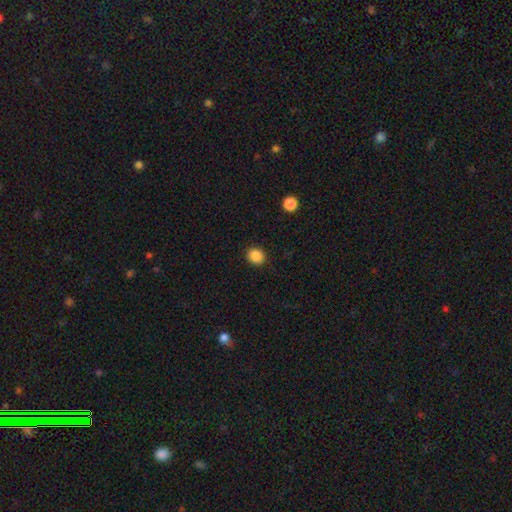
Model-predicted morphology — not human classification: Smooth or featured: smooth — 87% (star or artifact — 10%)
How rounded: round — 77% (in between — 23%)
Merging: none — 91% (minor disturbance — 6%)